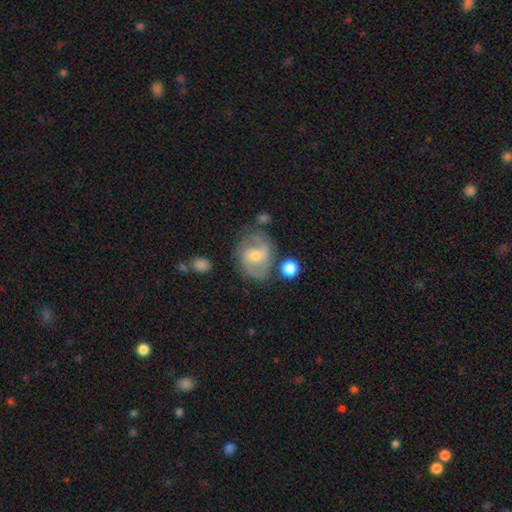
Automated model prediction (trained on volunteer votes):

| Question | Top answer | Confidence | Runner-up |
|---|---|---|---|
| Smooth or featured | featured or disk | 76% | smooth (17%) |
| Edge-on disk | no | 97% | yes (3%) |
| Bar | weak | 47% | no (37%) |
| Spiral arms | yes | 90% | no (10%) |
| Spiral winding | medium | 50% | tight (28%) |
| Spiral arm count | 2 | 77% | can't tell (11%) |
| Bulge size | moderate | 48% | small (47%) |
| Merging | none | 67% | minor disturbance (19%) |